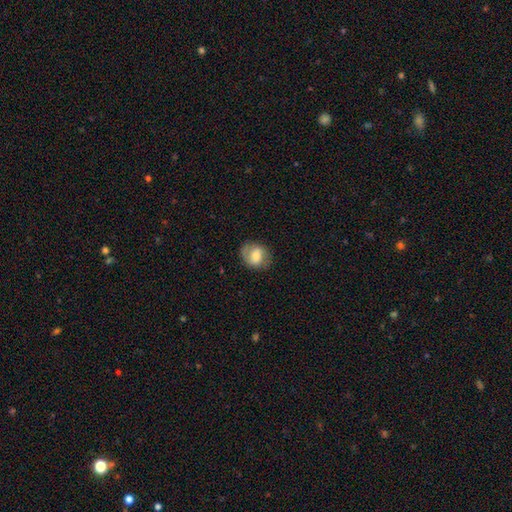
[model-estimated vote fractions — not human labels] Morphology: type=smooth (55%); roundness=round (58%); merging=none (73%).